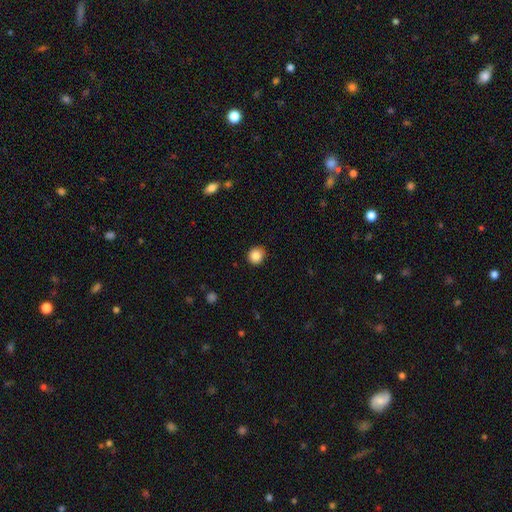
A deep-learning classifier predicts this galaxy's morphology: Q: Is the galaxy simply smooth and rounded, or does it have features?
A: smooth — 86%.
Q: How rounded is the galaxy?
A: round — 87%.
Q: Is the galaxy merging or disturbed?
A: none — 90%.